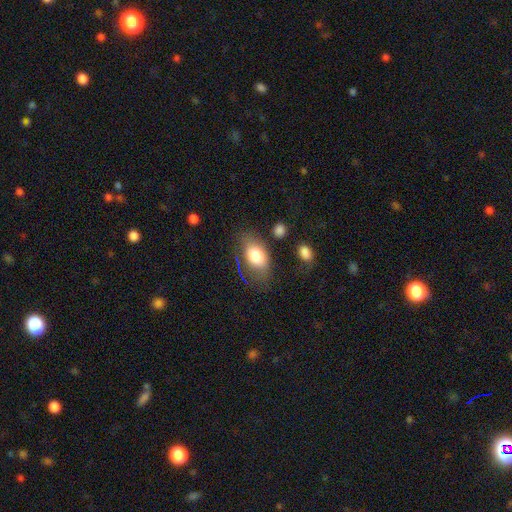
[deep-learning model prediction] This appears to be a smooth galaxy with no disk features (77%) that is in between round and cigar-shaped (88%). Merging: none (61%).